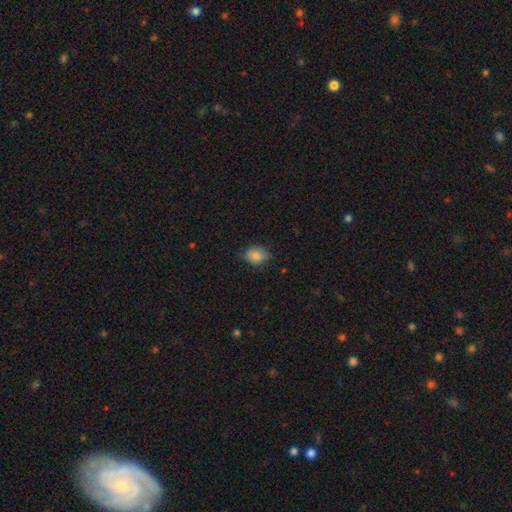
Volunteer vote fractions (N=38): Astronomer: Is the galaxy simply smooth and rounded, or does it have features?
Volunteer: smooth — 87%.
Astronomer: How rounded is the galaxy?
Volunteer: round — 64%.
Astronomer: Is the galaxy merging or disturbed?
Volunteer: none — 72%.